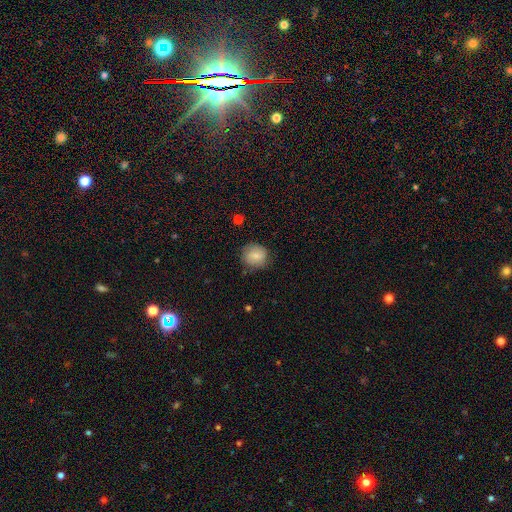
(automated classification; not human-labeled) Smooth or featured: smooth — 76% (featured or disk — 16%)
How rounded: round — 84% (in between — 15%)
Merging: none — 78% (minor disturbance — 16%)